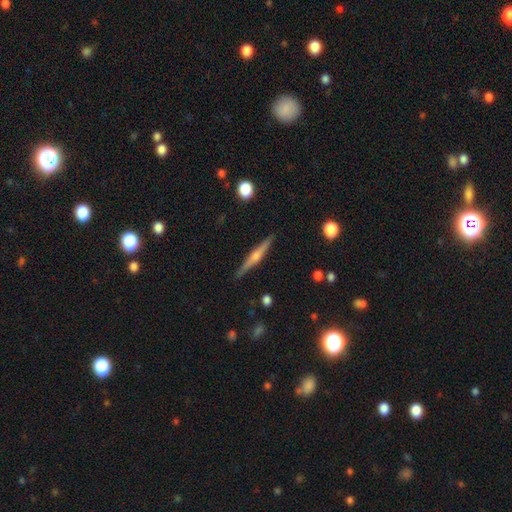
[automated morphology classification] featured or disk 69%, smooth 24%, star or artifact 7%. Down the decision tree: edge-on disk — yes (98%); edge-on bulge — rounded (82%); merging — none (90%).